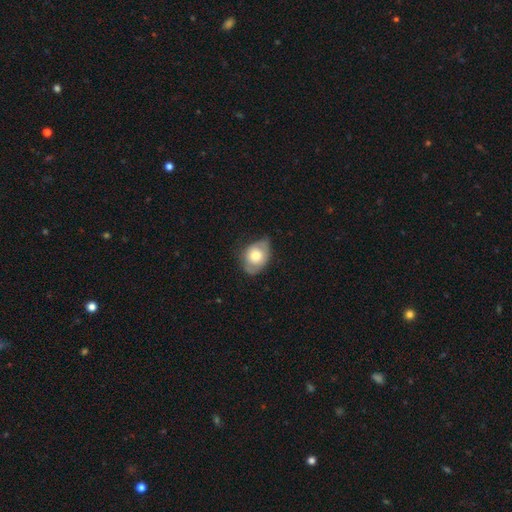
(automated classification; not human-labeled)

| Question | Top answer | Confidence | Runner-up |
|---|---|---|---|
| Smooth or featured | smooth | 64% | featured or disk (30%) |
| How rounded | in between | 73% | round (26%) |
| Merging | none | 59% | minor disturbance (32%) |